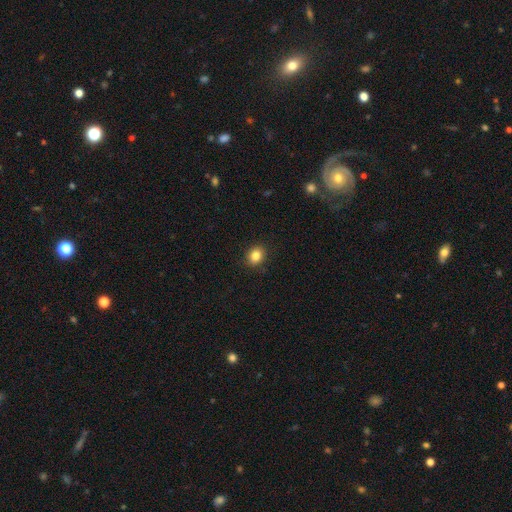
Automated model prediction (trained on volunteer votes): Smooth or featured?
  - smooth: 84% *
  - star or artifact: 10%
  - featured or disk: 6%
How rounded?
  - round: 59% *
  - in between: 40%
  - cigar-shaped: 1%
Merging?
  - none: 90% *
  - minor disturbance: 7%
  - major disturbance: 2%
  - merger: 1%